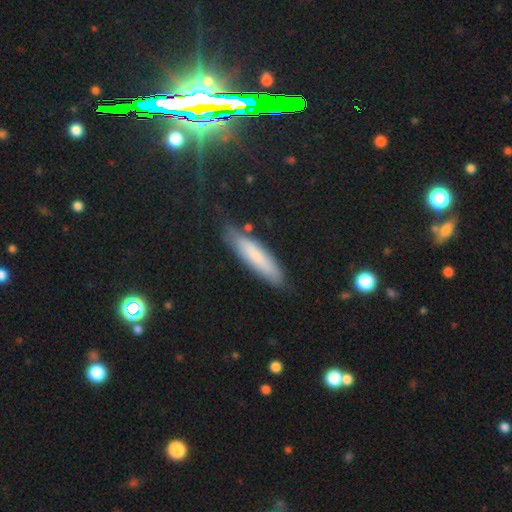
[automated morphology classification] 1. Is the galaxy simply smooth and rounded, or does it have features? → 73% smooth, 20% featured or disk, 8% star or artifact.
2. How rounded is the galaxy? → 79% cigar-shaped, 20% in between, 1% round.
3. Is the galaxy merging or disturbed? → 79% none, 16% minor disturbance, 3% major disturbance, 2% merger.